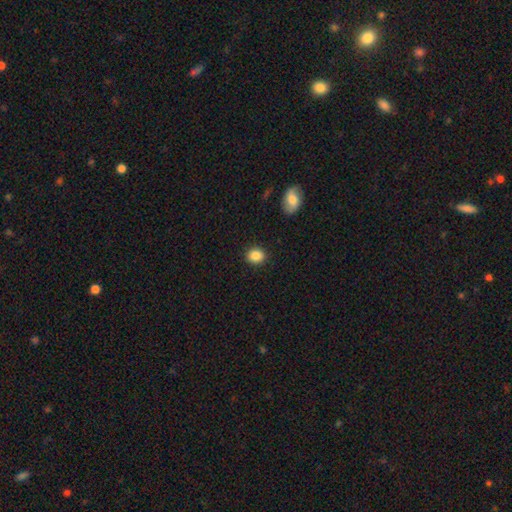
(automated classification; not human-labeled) Smooth or featured? smooth (86%)
How rounded? round (67%)
Merging? none (90%)